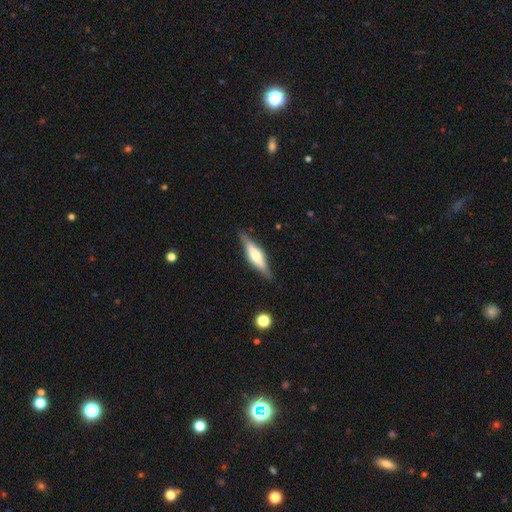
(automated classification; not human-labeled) A featured or disk galaxy (62%) viewed edge-on (96%) with a rounded central bulge (71%). Merging: none (86%).